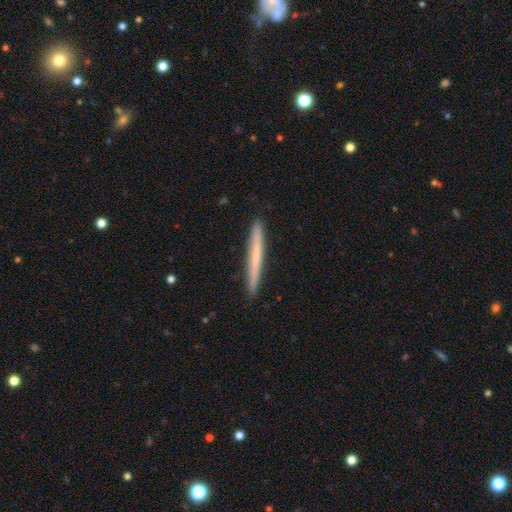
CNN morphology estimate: This appears to be a smooth galaxy with no disk features (57%) that is cigar-shaped (97%). Merging: none (92%).